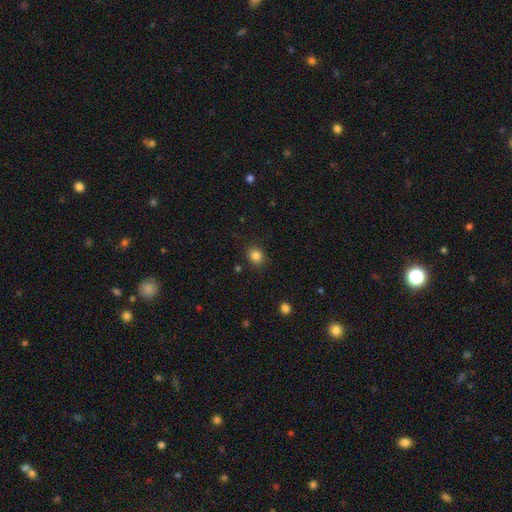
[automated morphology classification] Smooth or featured: smooth — 84% (star or artifact — 11%)
How rounded: round — 70% (in between — 29%)
Merging: none — 87% (minor disturbance — 9%)